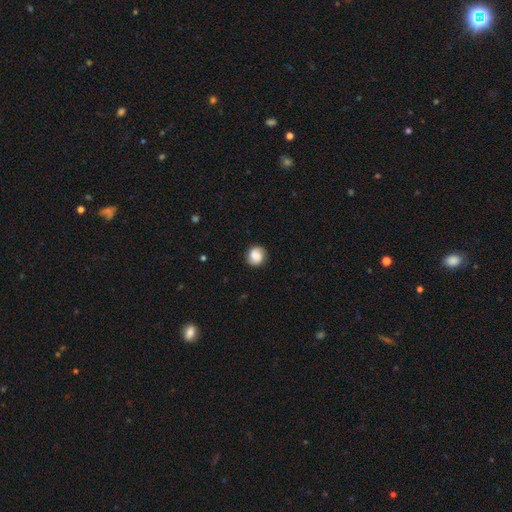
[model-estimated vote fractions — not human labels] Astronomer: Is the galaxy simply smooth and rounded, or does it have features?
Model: smooth — 72%.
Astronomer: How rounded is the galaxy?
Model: round — 85%.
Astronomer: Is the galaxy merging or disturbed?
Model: none — 84%.